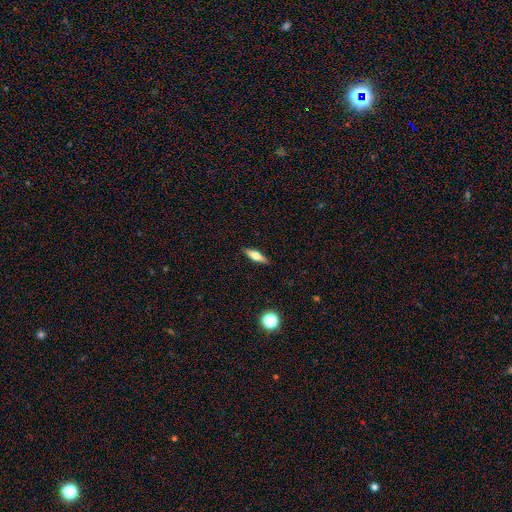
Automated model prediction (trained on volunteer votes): Morphology: type=smooth (51%); roundness=cigar-shaped (54%); merging=none (89%).